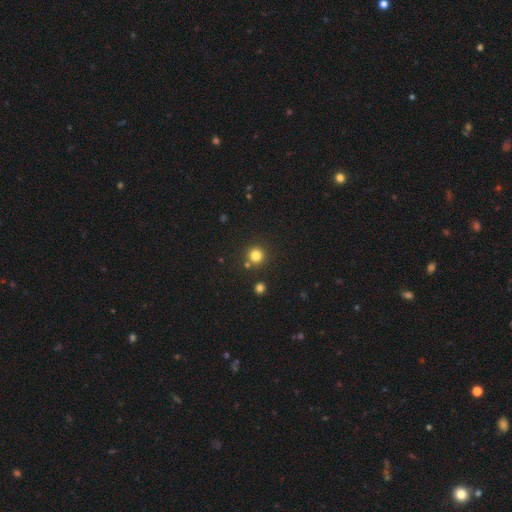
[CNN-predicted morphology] smooth_or_featured: smooth (p=0.80) [alt: star or artifact p=0.14]
how_rounded: round (p=0.94) [alt: in between p=0.05]
merging: none (p=0.83) [alt: merger p=0.08]